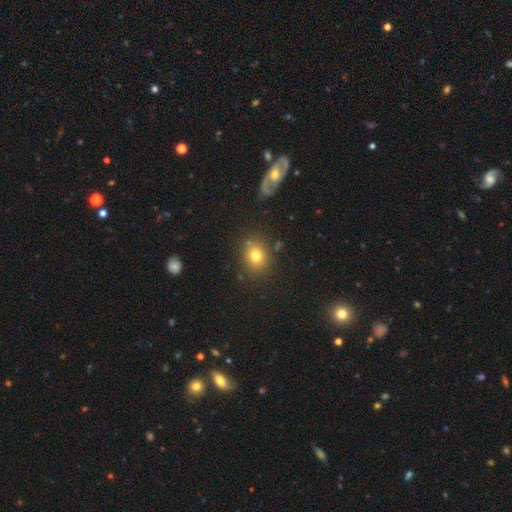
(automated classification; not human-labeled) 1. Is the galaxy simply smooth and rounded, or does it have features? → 75% smooth, 14% star or artifact, 10% featured or disk.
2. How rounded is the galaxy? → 66% round, 33% in between, 1% cigar-shaped.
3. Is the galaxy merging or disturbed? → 82% none, 10% minor disturbance, 4% merger, 4% major disturbance.